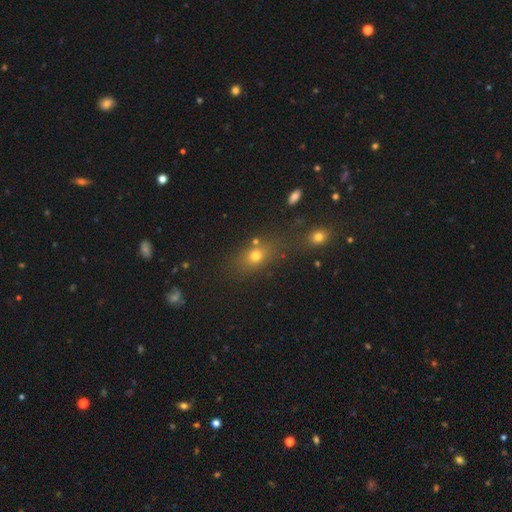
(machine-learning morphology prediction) Smooth or featured: smooth — 67% (star or artifact — 19%)
How rounded: in between — 56% (round — 38%)
Merging: none — 64% (merger — 16%)